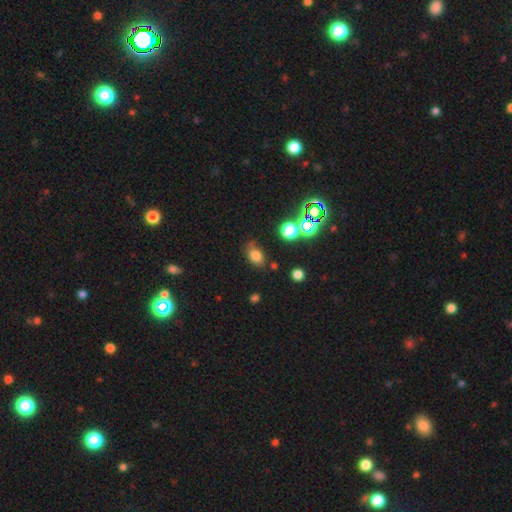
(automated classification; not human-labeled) A smooth galaxy with no disk features (73%) that is in between round and cigar-shaped (77%). Merging: none (69%).